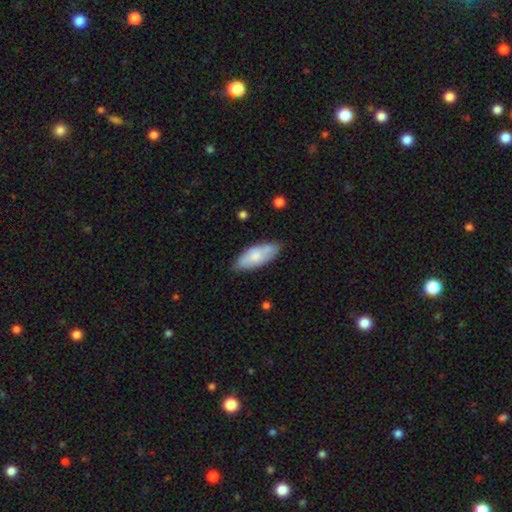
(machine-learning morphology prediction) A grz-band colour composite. It shows a smooth galaxy with no disk features (71%) that is in between round and cigar-shaped (84%). Merging: none (69%).